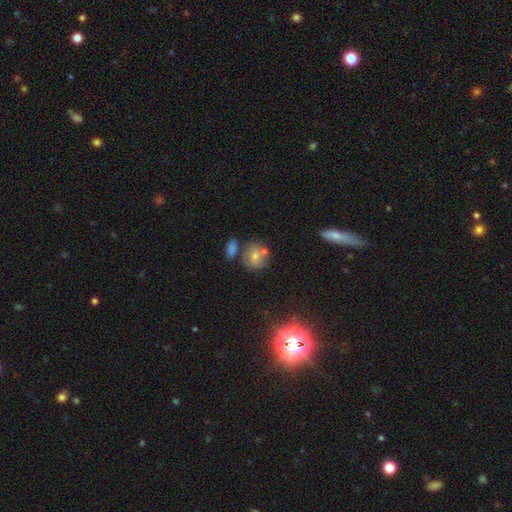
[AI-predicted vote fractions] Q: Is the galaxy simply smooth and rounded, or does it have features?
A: smooth — 72%.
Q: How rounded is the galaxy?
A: round — 72%.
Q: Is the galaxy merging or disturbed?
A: none — 56%.